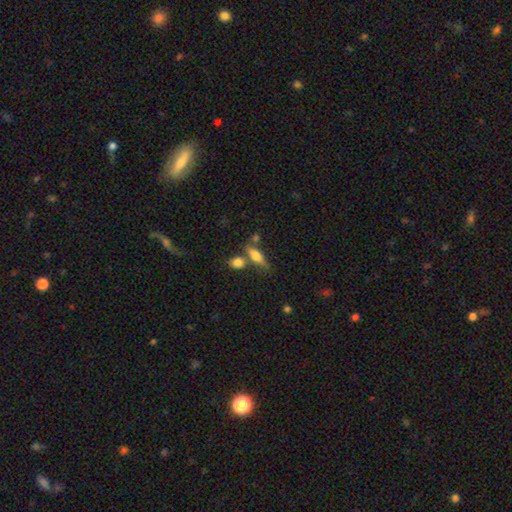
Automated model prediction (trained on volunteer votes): Overall: smooth (62%; featured or disk 30%). How rounded: in between (50%; cigar-shaped 45%). Merging: none (56%; merger 23%).